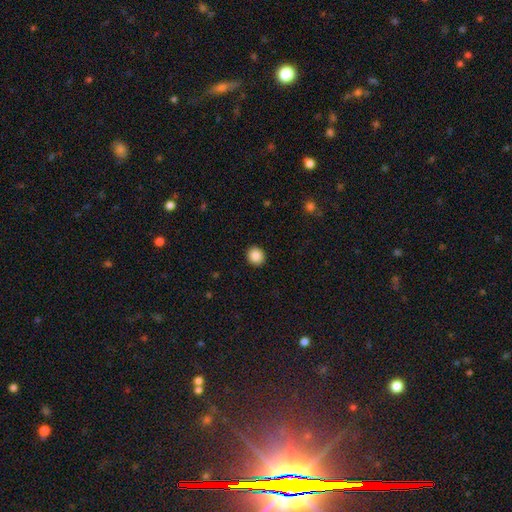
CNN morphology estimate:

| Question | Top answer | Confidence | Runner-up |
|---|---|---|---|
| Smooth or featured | smooth | 88% | star or artifact (9%) |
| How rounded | round | 86% | in between (13%) |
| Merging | none | 92% | minor disturbance (5%) |